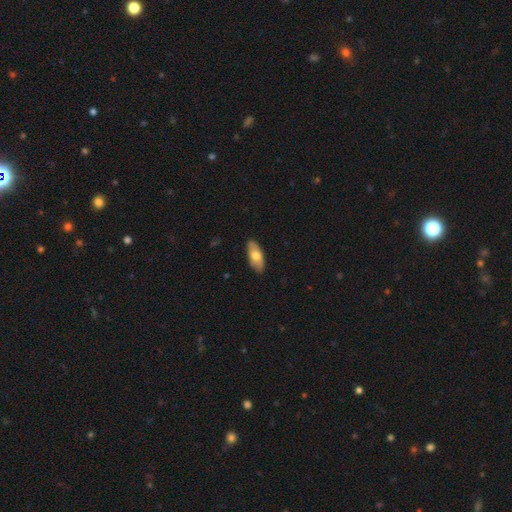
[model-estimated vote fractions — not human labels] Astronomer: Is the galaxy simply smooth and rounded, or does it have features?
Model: smooth — 66%.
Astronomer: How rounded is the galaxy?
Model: in between — 81%.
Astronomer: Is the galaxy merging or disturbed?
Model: none — 86%.